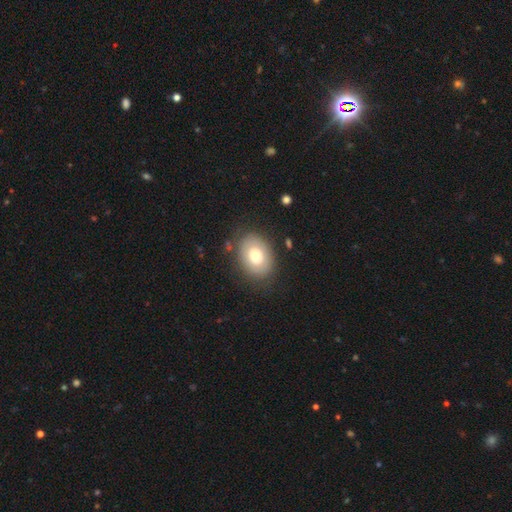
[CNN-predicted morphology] This is likely a smooth galaxy (64%). How rounded: likely in between (65%). Merging: likely none (80%).